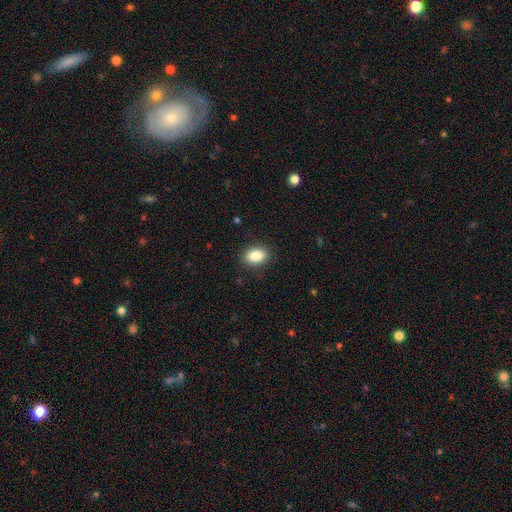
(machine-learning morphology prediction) Smooth or featured: smooth — 87% (star or artifact — 8%)
How rounded: in between — 81% (round — 18%)
Merging: none — 87% (minor disturbance — 9%)